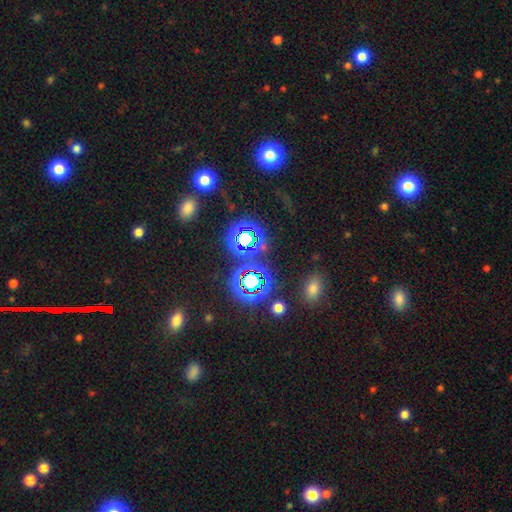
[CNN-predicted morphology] This is likely a star or artifact rather than a galaxy (63%).